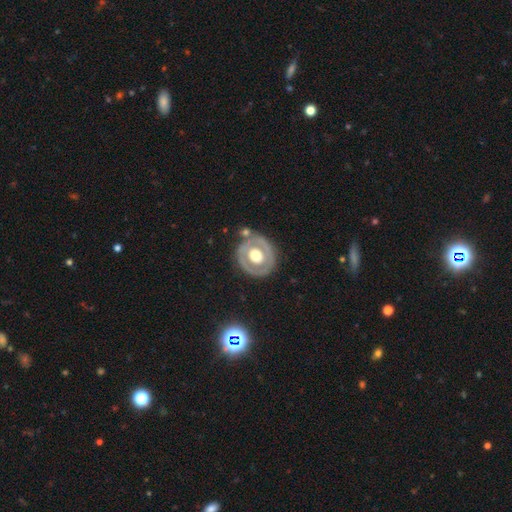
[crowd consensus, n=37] Q: Smooth or featured?
A: featured or disk (62%); runner-up: smooth (38%)
Q: Edge-on disk?
A: no (91%); runner-up: yes (9%)
Q: Bar?
A: no (95%); runner-up: weak (5%)
Q: Spiral arms?
A: no (86%); runner-up: yes (14%)
Q: Bulge size?
A: large (52%); runner-up: moderate (38%)
Q: Merging?
A: none (62%); runner-up: minor disturbance (19%)